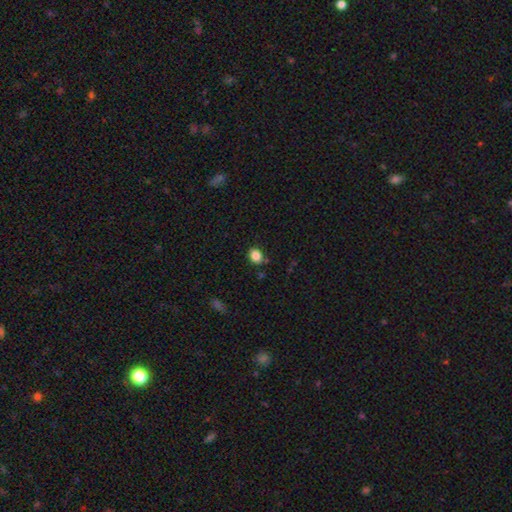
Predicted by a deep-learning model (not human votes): The model was most divided on "how rounded": round: 50%, in between: 49%, cigar-shaped: 1%. More confident: smooth or featured — smooth (85%); merging — none (83%).